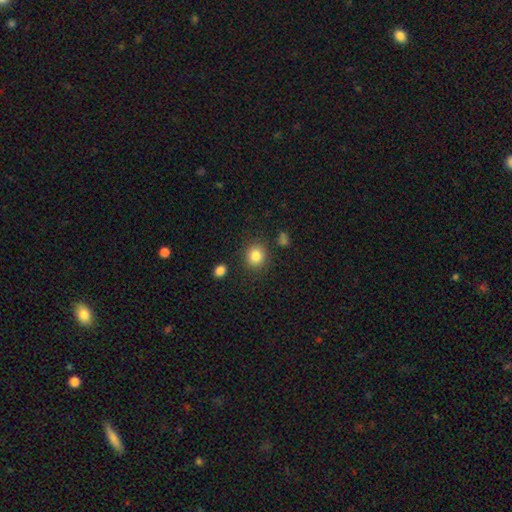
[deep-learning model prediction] Smooth or featured? smooth (85%)
How rounded? round (80%)
Merging? none (86%)